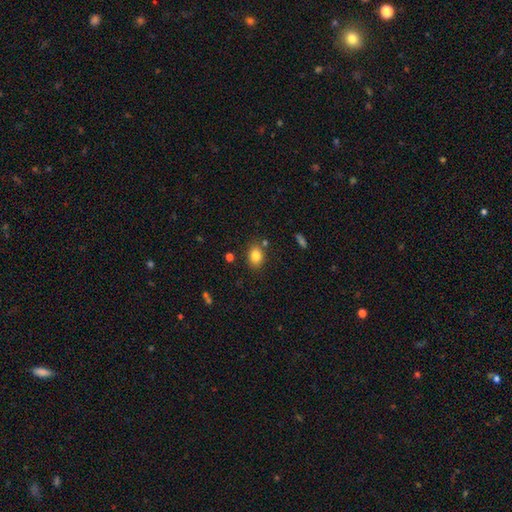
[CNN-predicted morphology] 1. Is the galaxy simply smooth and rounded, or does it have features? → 83% smooth, 10% star or artifact, 8% featured or disk.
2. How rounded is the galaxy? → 65% in between, 34% round, 1% cigar-shaped.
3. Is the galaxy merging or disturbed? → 81% none, 11% minor disturbance, 5% merger, 3% major disturbance.